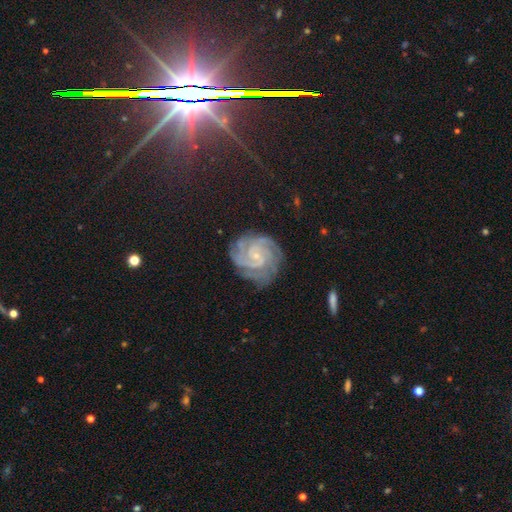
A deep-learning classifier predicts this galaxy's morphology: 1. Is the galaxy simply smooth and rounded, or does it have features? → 86% featured or disk, 8% star or artifact, 6% smooth.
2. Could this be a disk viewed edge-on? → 98% no, 2% yes.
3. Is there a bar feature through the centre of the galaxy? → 60% no, 31% weak, 8% strong.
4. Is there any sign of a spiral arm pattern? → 98% yes, 2% no.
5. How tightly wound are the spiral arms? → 74% tight, 22% medium, 4% loose.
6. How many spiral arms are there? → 25% 3, 20% 2, 19% can't tell, 18% 4, 9% more than 4, 8% 1.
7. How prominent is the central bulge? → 83% small, 11% moderate, 4% none, 1% large, 1% dominant.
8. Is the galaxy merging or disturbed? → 75% none, 17% minor disturbance, 6% major disturbance, 2% merger.